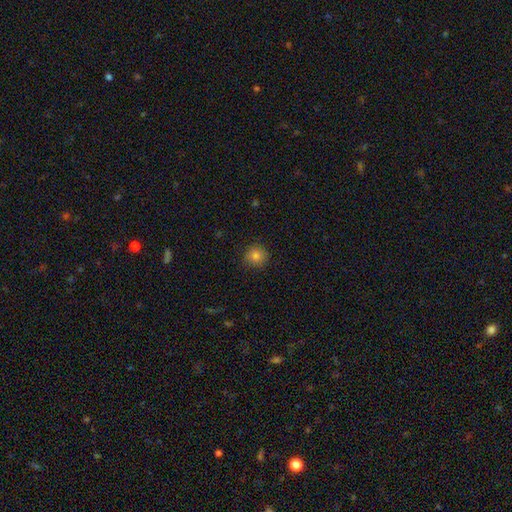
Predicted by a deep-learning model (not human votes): Overall: smooth (82%). How rounded: round (92%). Merging: none (88%).